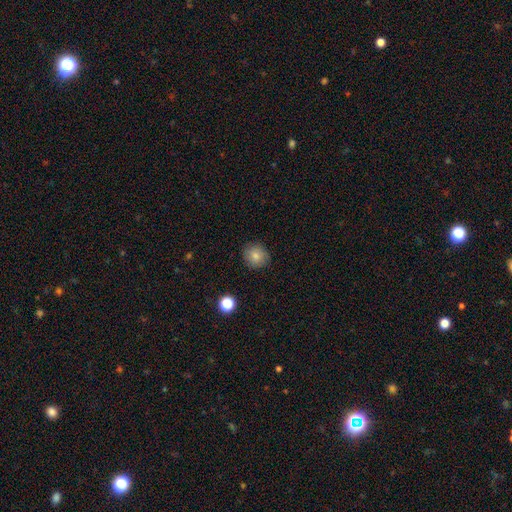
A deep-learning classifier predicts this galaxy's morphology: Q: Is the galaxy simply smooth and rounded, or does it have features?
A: smooth — 82%.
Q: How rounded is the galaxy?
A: round — 83%.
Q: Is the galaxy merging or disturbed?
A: none — 88%.